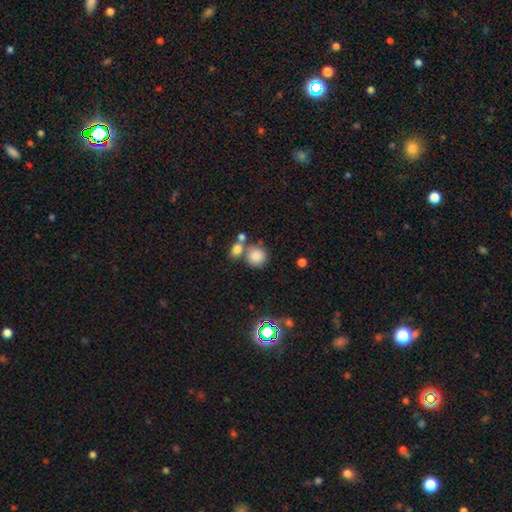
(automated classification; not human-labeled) Morphology: type=smooth (82%); roundness=round (87%); merging=none (55%).